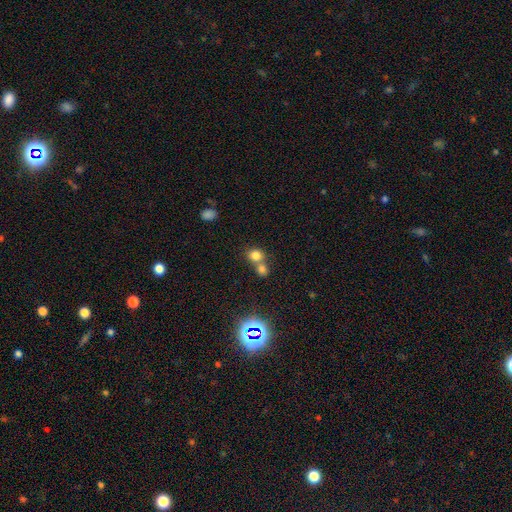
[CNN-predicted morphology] The model was most divided on "merging": merger: 50%, none: 41%, minor disturbance: 6%, major disturbance: 3%. More confident: smooth or featured — smooth (77%); how rounded — round (77%).